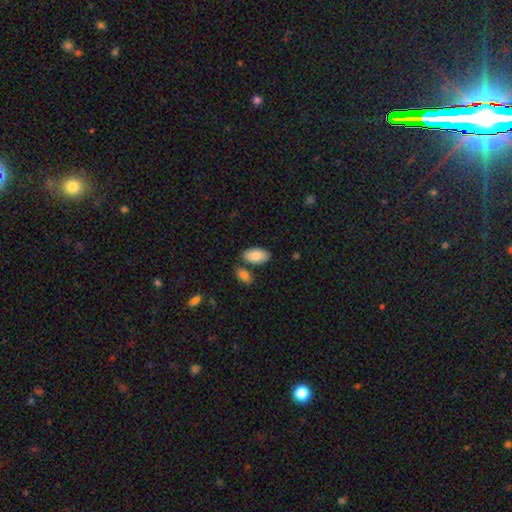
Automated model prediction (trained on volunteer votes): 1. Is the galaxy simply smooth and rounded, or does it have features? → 86% smooth, 9% featured or disk, 6% star or artifact.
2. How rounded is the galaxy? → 95% in between, 3% round, 2% cigar-shaped.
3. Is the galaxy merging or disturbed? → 74% none, 12% merger, 11% minor disturbance, 3% major disturbance.